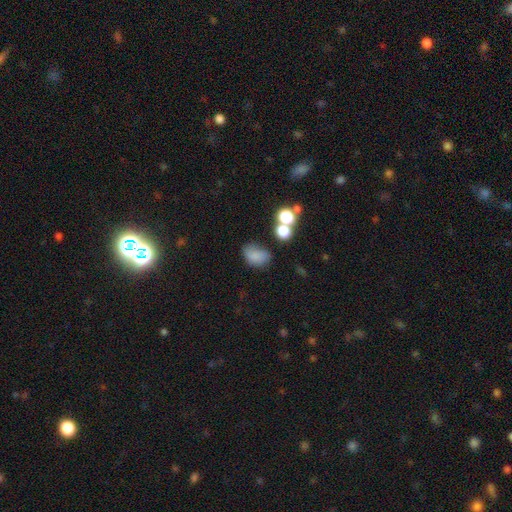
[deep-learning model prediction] The model was most divided on "merging": none: 54%, minor disturbance: 24%, major disturbance: 12%, merger: 10%. More confident: smooth or featured — smooth (74%); how rounded — in between (72%).